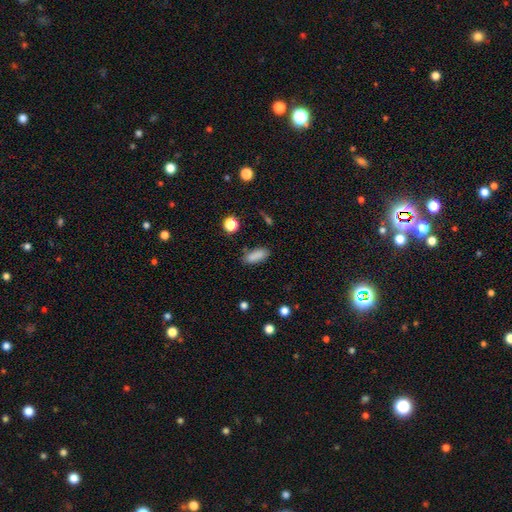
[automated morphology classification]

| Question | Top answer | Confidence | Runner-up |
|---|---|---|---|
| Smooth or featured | smooth | 86% | star or artifact (9%) |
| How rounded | in between | 73% | cigar-shaped (24%) |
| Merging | none | 82% | minor disturbance (13%) |